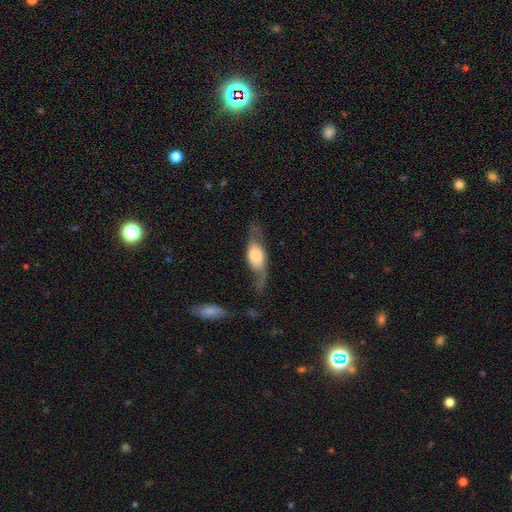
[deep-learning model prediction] Overall: featured or disk (56%; smooth 37%). Edge-on disk: no (58%; yes 42%). Merging: none (54%; minor disturbance 23%).